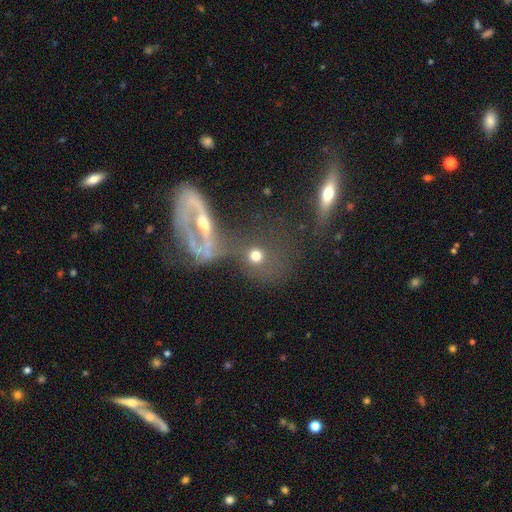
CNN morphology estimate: Overall: smooth (65%). How rounded: round (82%). Merging: none (43%; merger 32%).